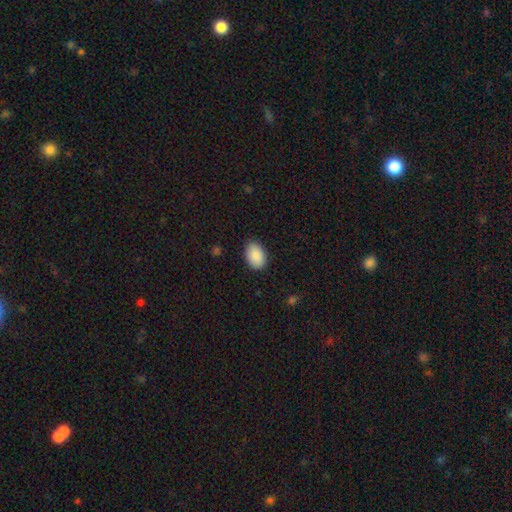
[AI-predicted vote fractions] A smooth galaxy with no disk features (90%) that is in between round and cigar-shaped (86%).

Vote fractions:
- Smooth or featured? smooth: 90% / star or artifact: 6% / featured or disk: 4%
- How rounded? in between: 86% / round: 13% / cigar-shaped: 1%
- Merging? none: 86% / minor disturbance: 11% / major disturbance: 2% / merger: 1%